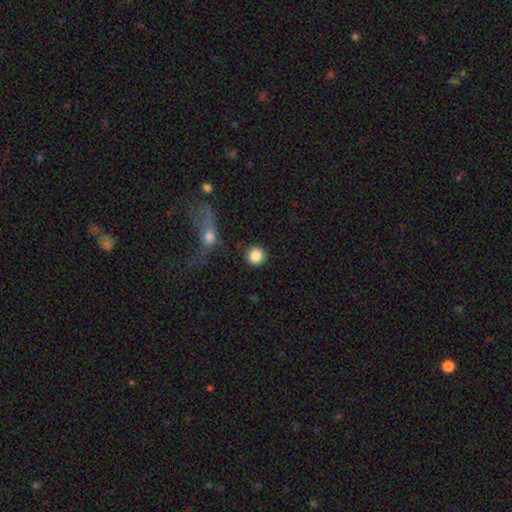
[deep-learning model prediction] smooth 86%, star or artifact 9%, featured or disk 5%. Down the decision tree: how rounded — round (94%); merging — none (87%).